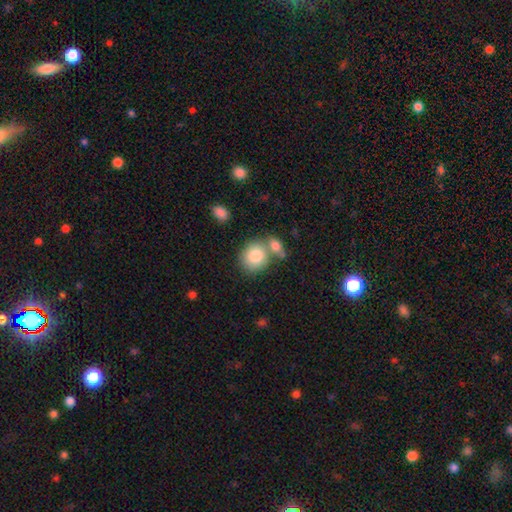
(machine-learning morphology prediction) Q: Smooth or featured?
A: smooth (82%); runner-up: featured or disk (11%)
Q: How rounded?
A: round (70%); runner-up: in between (29%)
Q: Merging?
A: none (51%); runner-up: merger (34%)